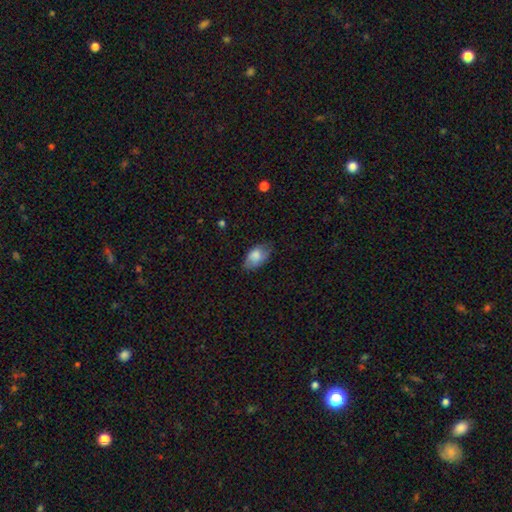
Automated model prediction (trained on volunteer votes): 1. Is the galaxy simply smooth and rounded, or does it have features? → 78% smooth, 15% featured or disk, 7% star or artifact.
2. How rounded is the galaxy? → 92% in between, 6% round, 2% cigar-shaped.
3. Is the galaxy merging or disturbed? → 69% none, 24% minor disturbance, 5% major disturbance, 1% merger.